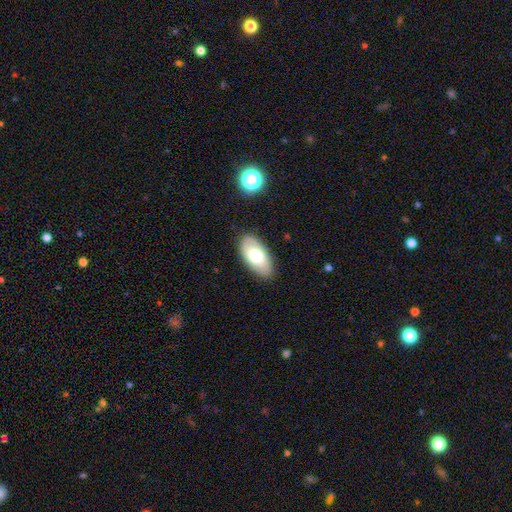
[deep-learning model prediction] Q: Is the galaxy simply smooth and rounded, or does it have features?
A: smooth — 70%.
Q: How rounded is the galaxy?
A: in between — 94%.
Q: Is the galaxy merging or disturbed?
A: none — 85%.